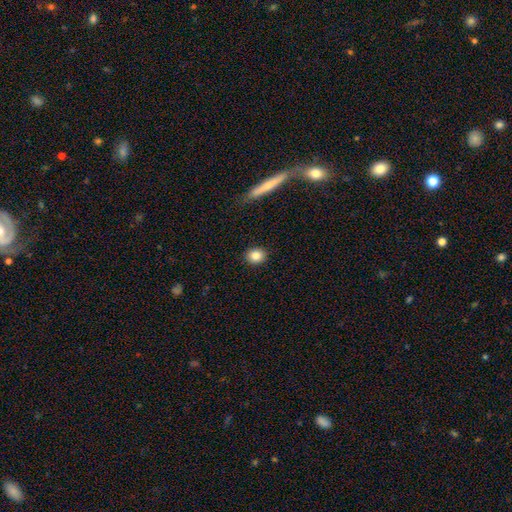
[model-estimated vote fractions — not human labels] The model was most divided on "how rounded": round: 66%, in between: 32%, cigar-shaped: 2%. More confident: merging — none (90%); smooth or featured — smooth (84%).